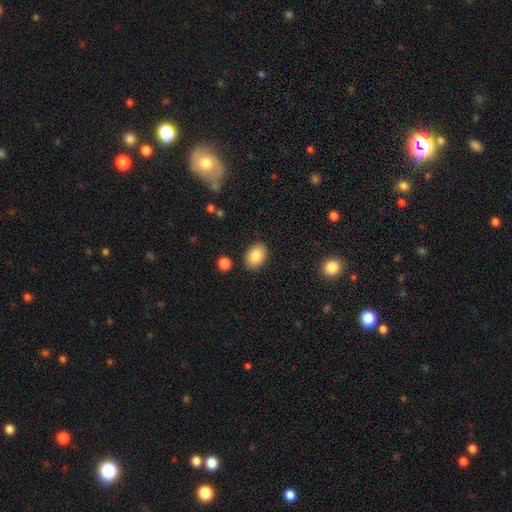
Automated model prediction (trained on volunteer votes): Smooth or featured: smooth — 83% (featured or disk — 9%)
How rounded: in between — 78% (round — 21%)
Merging: none — 88% (minor disturbance — 8%)